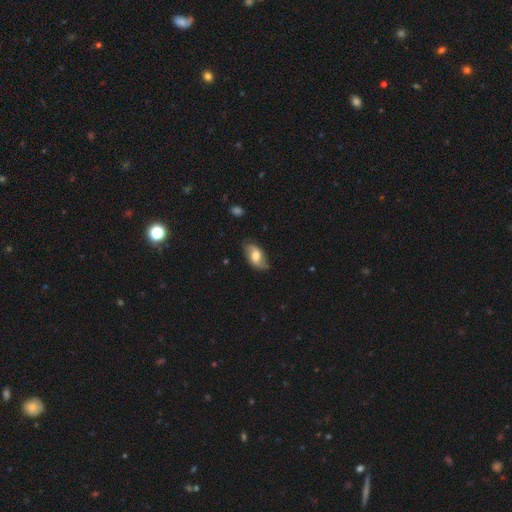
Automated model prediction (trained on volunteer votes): smooth 47%, featured or disk 46%, star or artifact 7%. Down the decision tree: merging — none (74%).